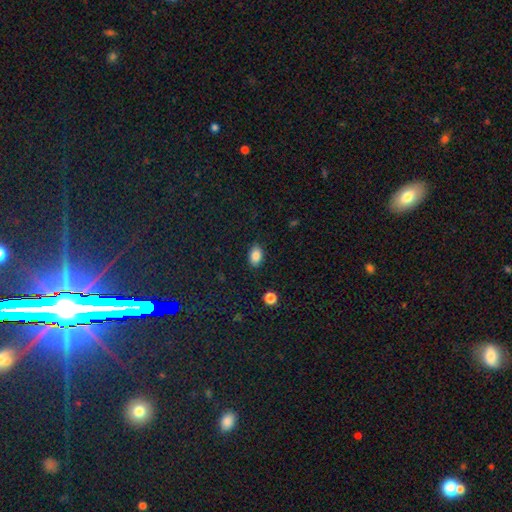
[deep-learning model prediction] Morphology: type=smooth (85%); roundness=in between (88%); merging=none (87%).